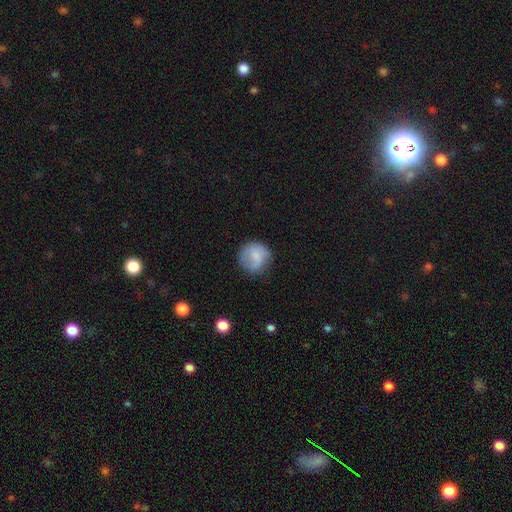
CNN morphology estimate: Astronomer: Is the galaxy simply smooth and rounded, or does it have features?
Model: smooth — 71%.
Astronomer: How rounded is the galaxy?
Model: round — 88%.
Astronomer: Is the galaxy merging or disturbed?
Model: none — 66%.